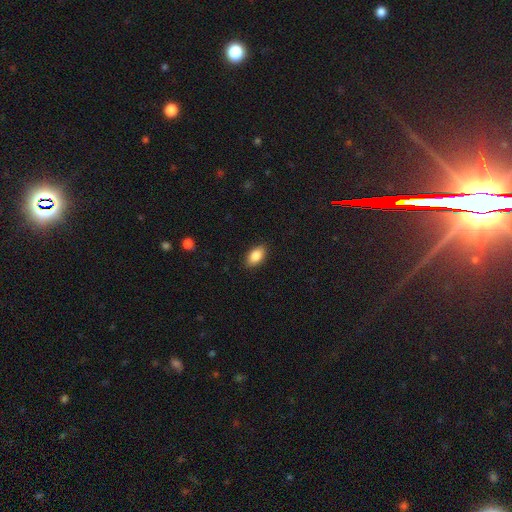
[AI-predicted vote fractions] This is clearly a smooth galaxy (87%). How rounded: clearly in between (92%). Merging: clearly none (89%).